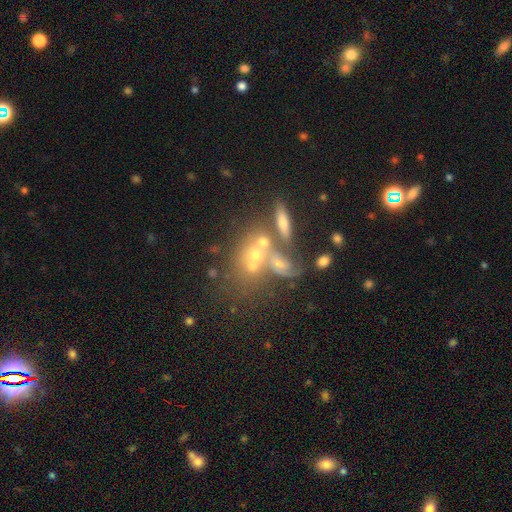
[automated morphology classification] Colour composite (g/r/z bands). It shows a smooth galaxy with no disk features (41%). Merging: merger (45%).